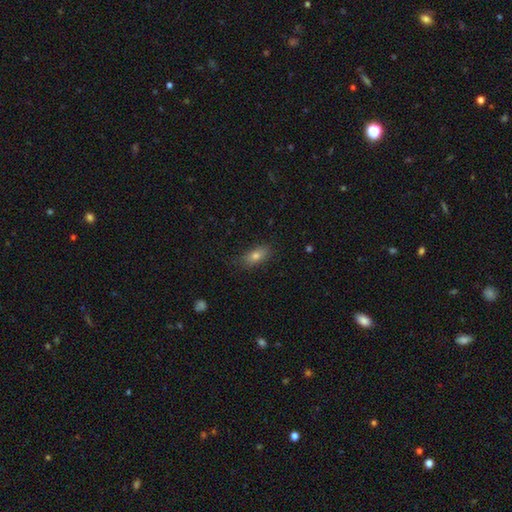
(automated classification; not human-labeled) Q: Smooth or featured?
A: smooth (76%); runner-up: featured or disk (14%)
Q: How rounded?
A: in between (81%); runner-up: cigar-shaped (13%)
Q: Merging?
A: none (80%); runner-up: minor disturbance (15%)